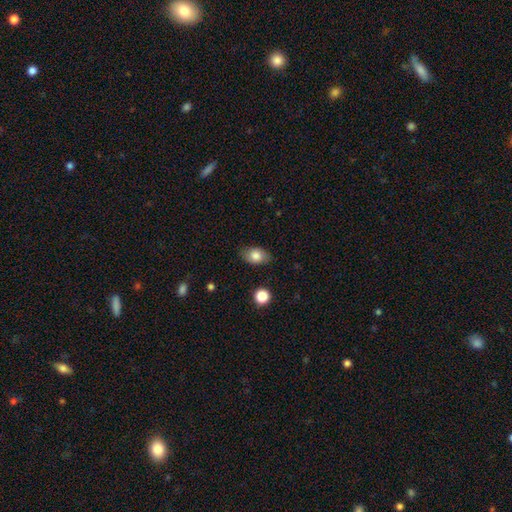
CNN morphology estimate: smooth-or-featured: smooth: 80% | featured or disk: 12% | star or artifact: 8%
  how-rounded: in between: 80% | round: 18% | cigar-shaped: 1%
  merging: none: 81% | minor disturbance: 15% | major disturbance: 3% | merger: 1%